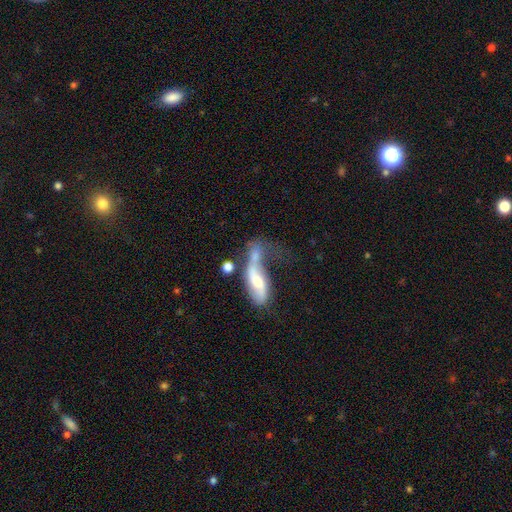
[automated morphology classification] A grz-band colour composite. It shows a featured or disk galaxy (48%). Merging: merger (44%).